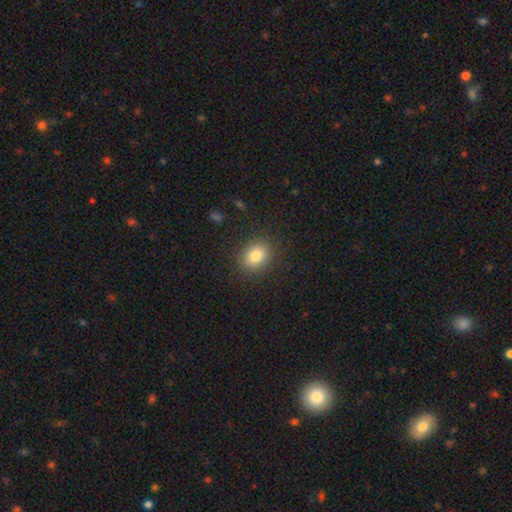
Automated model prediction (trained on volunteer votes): A smooth galaxy with no disk features (82%) that is round (51%). Merging: none (86%).